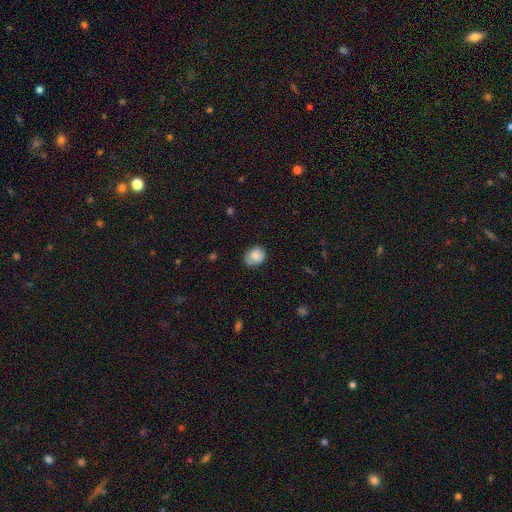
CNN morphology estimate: Smooth or featured? smooth (77%)
How rounded? round (59%)
Merging? none (67%)